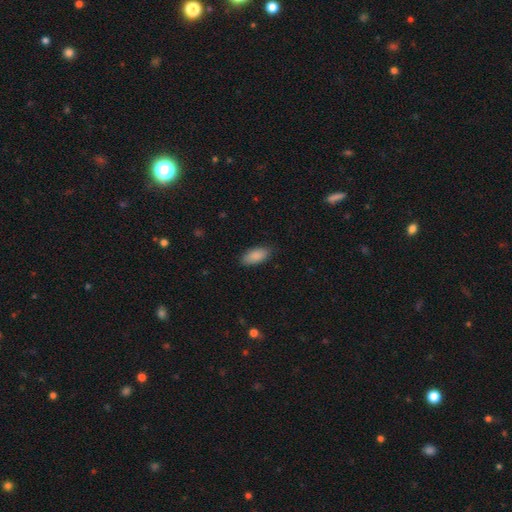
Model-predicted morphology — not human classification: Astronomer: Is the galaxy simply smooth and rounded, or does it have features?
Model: smooth — 89%.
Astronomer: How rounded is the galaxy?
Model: in between — 89%.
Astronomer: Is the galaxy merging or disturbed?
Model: none — 86%.